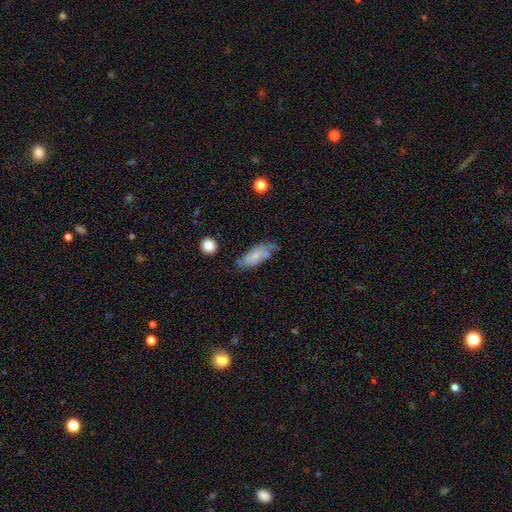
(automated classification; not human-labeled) Smooth or featured? smooth (53%)
How rounded? in between (77%)
Merging? none (49%)